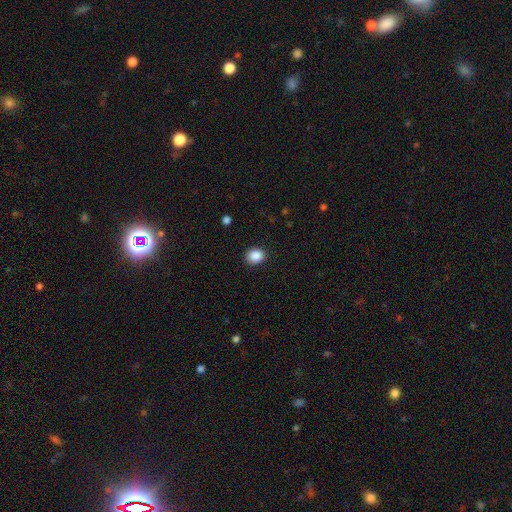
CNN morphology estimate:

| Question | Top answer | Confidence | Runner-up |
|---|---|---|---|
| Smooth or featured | smooth | 88% | star or artifact (9%) |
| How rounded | round | 63% | in between (36%) |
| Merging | none | 89% | minor disturbance (8%) |